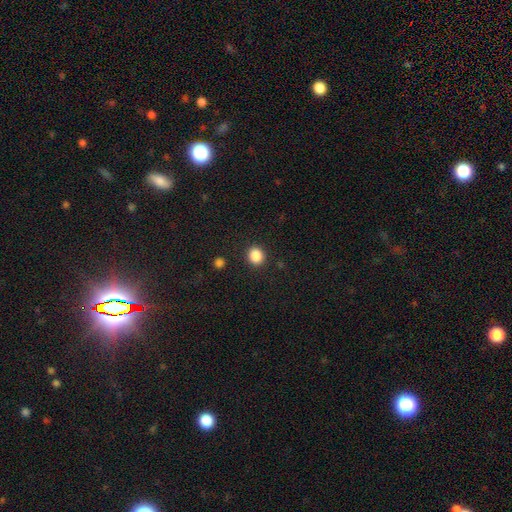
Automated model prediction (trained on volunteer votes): Morphology: type=smooth (87%); roundness=round (80%); merging=none (89%).